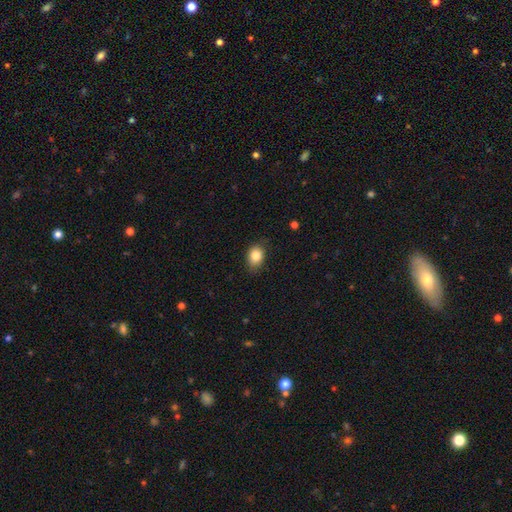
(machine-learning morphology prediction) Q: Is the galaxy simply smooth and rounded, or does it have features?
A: smooth — 84%.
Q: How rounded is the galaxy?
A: in between — 65%.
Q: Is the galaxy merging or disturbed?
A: none — 79%.